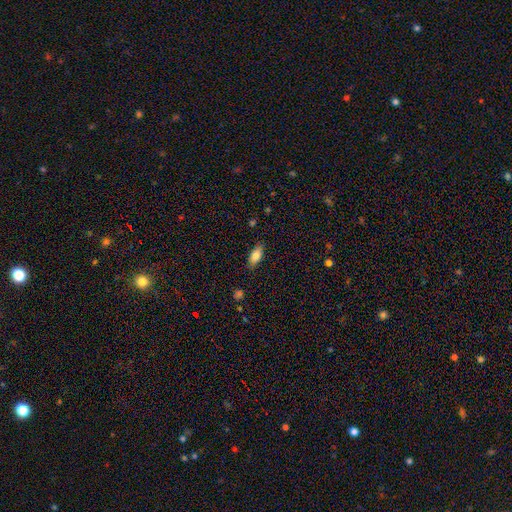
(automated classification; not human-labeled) Smooth or featured?
  - smooth: 83% *
  - featured or disk: 10%
  - star or artifact: 7%
How rounded?
  - in between: 84% *
  - cigar-shaped: 14%
  - round: 2%
Merging?
  - none: 85% *
  - minor disturbance: 12%
  - major disturbance: 3%
  - merger: 1%